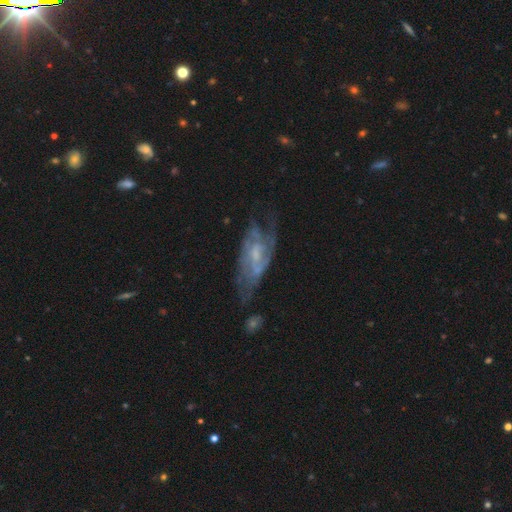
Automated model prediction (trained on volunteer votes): Smooth or featured? Predicted: featured or disk (p=0.76). Edge-on disk? Predicted: no (p=0.88). Bar? Predicted: no (p=0.46). Spiral arms? Predicted: yes (p=0.81). Spiral winding? Predicted: medium (p=0.44). Spiral arm count? Predicted: 2 (p=0.40, tied with can't tell). Bulge size? Predicted: small (p=0.47). Merging? Predicted: none (p=0.53).